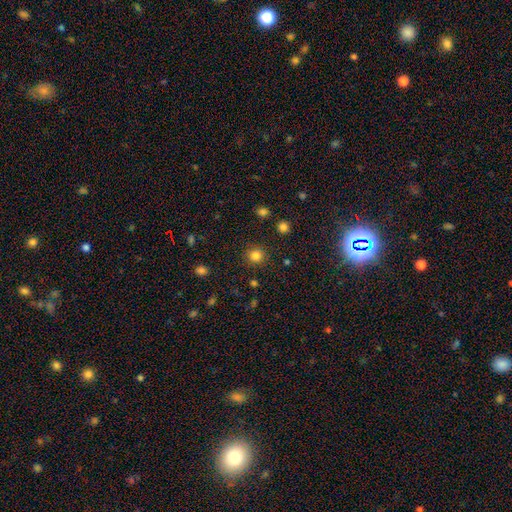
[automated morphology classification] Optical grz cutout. It shows a smooth galaxy with no disk features (83%) that is round (91%). Merging: none (89%).